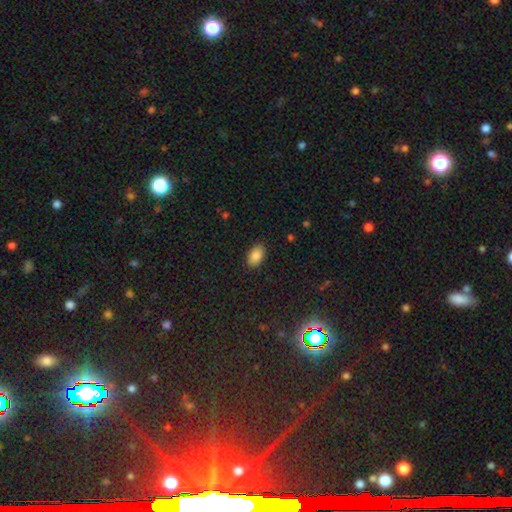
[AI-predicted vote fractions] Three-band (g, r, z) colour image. It shows a smooth galaxy with no disk features (86%) that is in between round and cigar-shaped (92%). Merging: none (87%).